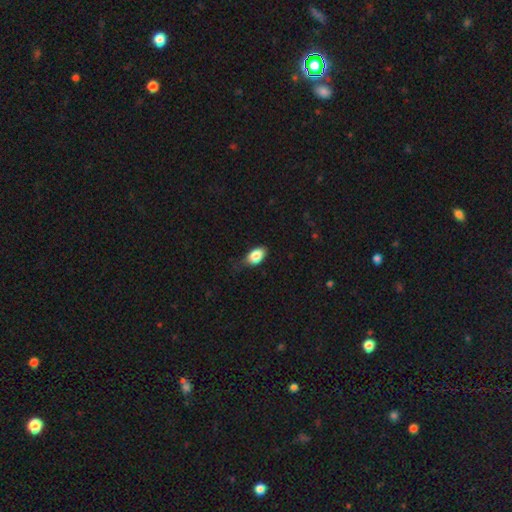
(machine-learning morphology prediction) Smooth or featured: smooth — 86% (star or artifact — 8%)
How rounded: in between — 87% (round — 11%)
Merging: none — 63% (minor disturbance — 29%)